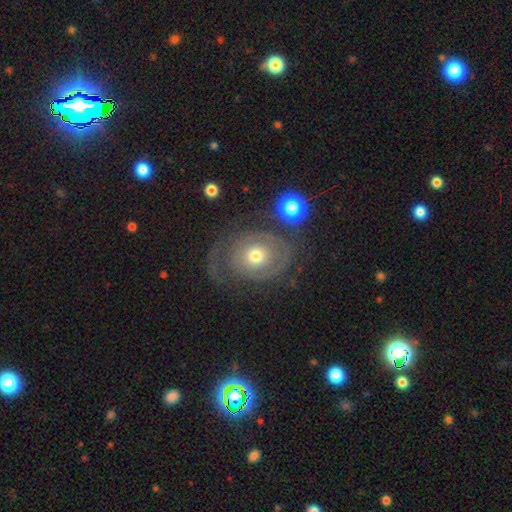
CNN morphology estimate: A featured or disk galaxy (62%) with no bar (87%), spiral arms (63%) and a moderate central bulge (57%). Merging: none (54%).